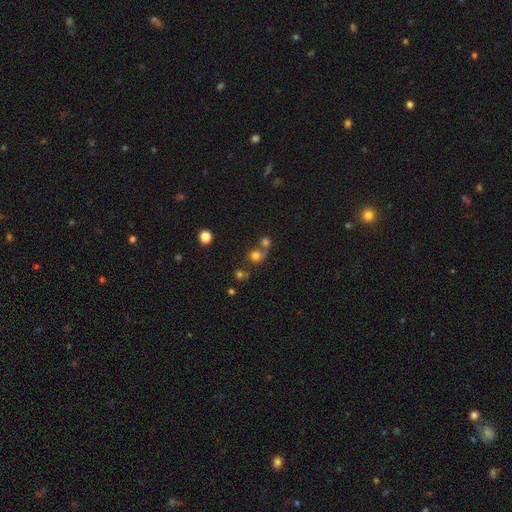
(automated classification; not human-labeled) A smooth galaxy with no disk features (74%) that is round (84%).

Vote fractions:
- Smooth or featured? smooth: 74% / star or artifact: 16% / featured or disk: 9%
- How rounded? round: 84% / in between: 15% / cigar-shaped: 1%
- Merging? none: 52% / merger: 35% / minor disturbance: 8% / major disturbance: 5%